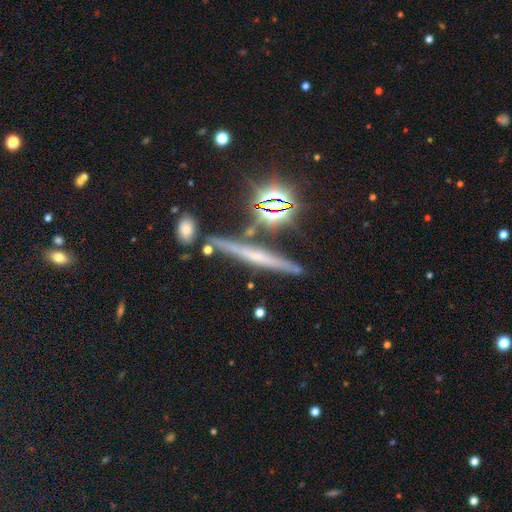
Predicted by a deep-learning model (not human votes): This is possibly a featured or disk galaxy (50%). Merging: clearly none (81%).